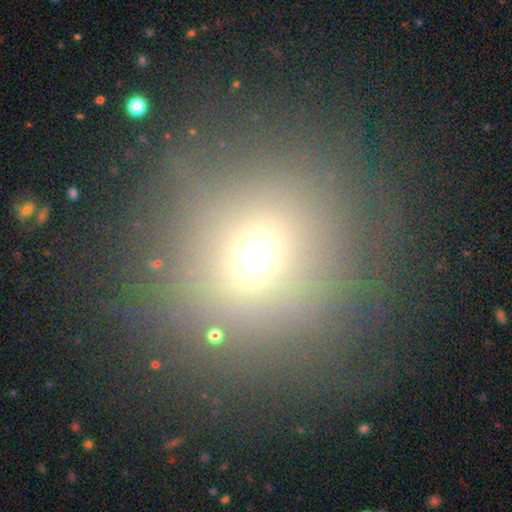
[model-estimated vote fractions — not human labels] smooth-or-featured: smooth: 64% | star or artifact: 24% | featured or disk: 12%
  how-rounded: round: 89% | in between: 10% | cigar-shaped: 1%
  merging: none: 75% | minor disturbance: 12% | major disturbance: 9% | merger: 4%